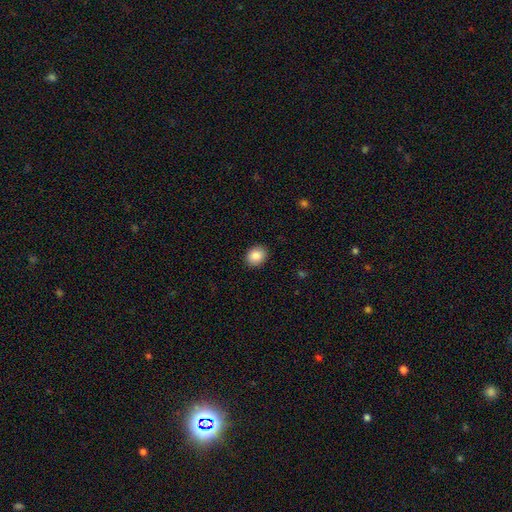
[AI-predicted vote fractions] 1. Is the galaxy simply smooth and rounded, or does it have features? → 87% smooth, 8% star or artifact, 5% featured or disk.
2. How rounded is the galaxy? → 54% round, 45% in between, 1% cigar-shaped.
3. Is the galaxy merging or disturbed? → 90% none, 7% minor disturbance, 2% major disturbance, 1% merger.